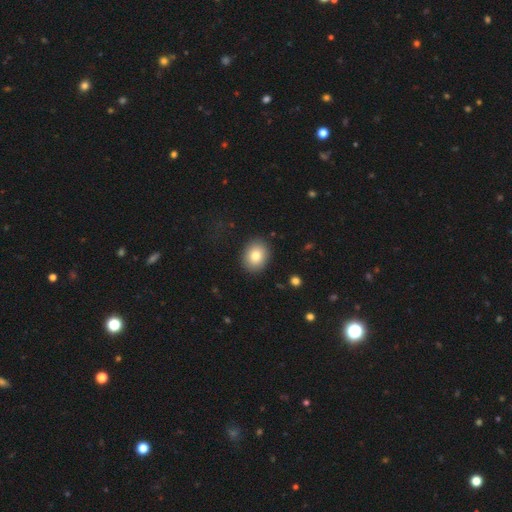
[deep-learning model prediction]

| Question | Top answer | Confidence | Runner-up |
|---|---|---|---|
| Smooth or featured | smooth | 80% | featured or disk (11%) |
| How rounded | round | 50% | in between (49%) |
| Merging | none | 88% | minor disturbance (8%) |